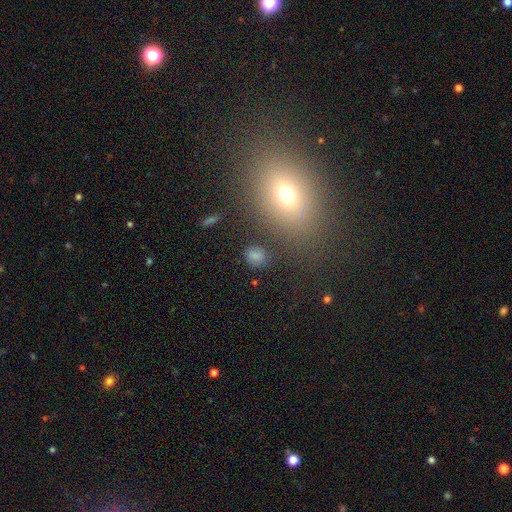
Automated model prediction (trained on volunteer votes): Smooth or featured? Predicted: smooth (p=0.74). How rounded? Predicted: round (p=0.58). Merging? Predicted: none (p=0.75).